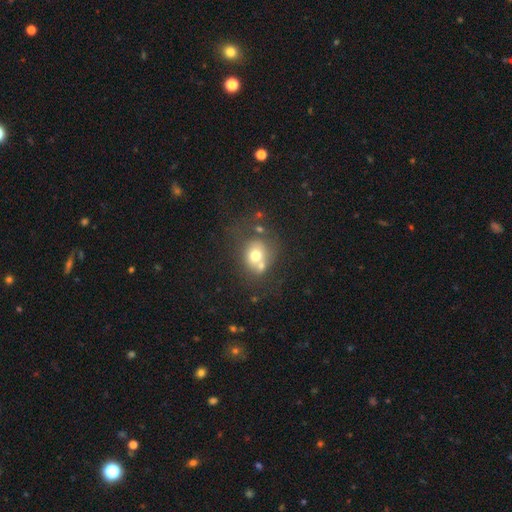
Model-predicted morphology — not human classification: Smooth or featured?
  - smooth: 65% *
  - featured or disk: 23%
  - star or artifact: 12%
How rounded?
  - round: 62% *
  - in between: 37%
  - cigar-shaped: 1%
Merging?
  - none: 40% *
  - merger: 36%
  - minor disturbance: 15%
  - major disturbance: 10%